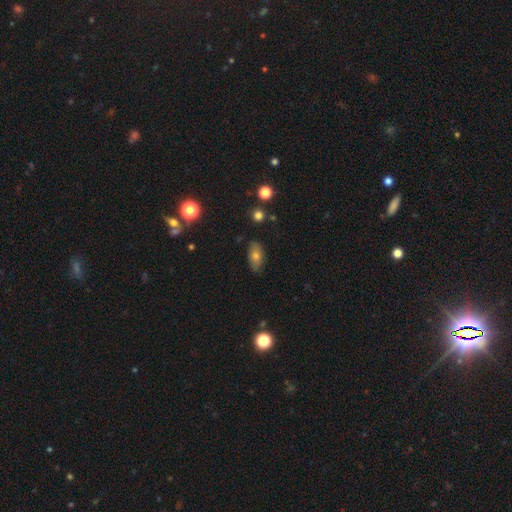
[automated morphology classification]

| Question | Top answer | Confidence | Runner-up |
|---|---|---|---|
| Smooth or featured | smooth | 68% | featured or disk (20%) |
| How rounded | in between | 88% | round (7%) |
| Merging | none | 80% | minor disturbance (15%) |